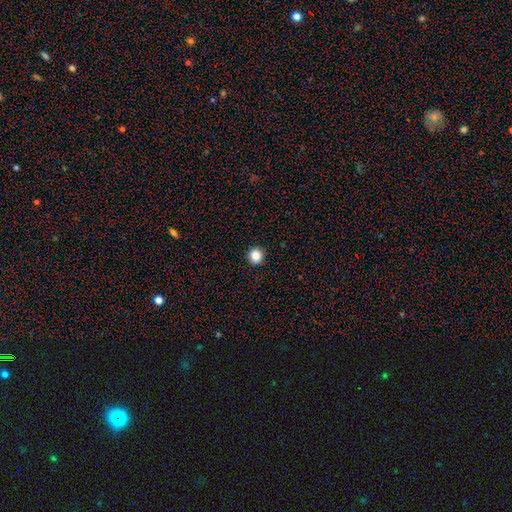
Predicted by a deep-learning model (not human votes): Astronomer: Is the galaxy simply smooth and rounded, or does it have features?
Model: smooth — 86%.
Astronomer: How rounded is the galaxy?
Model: round — 92%.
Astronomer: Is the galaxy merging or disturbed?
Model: none — 93%.